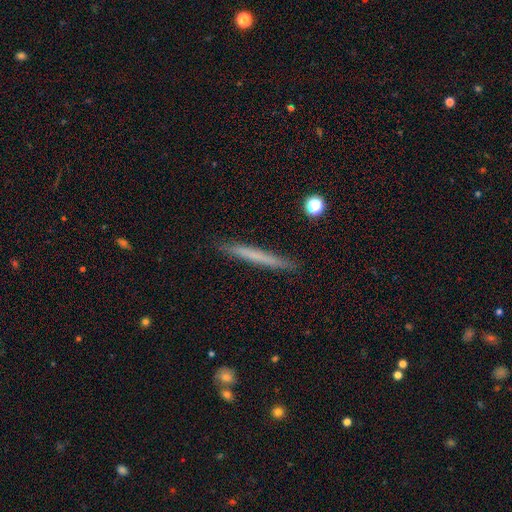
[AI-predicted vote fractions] Overall: smooth (59%; featured or disk 35%). How rounded: cigar-shaped (97%). Merging: none (90%).